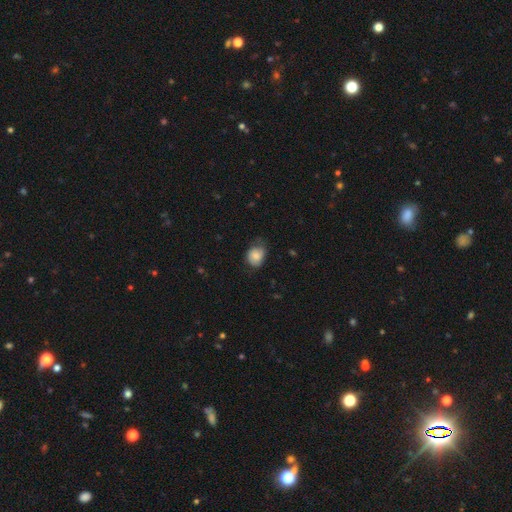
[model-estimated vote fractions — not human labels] This is likely a smooth galaxy (76%). How rounded: possibly round (51%). Merging: possibly none (52%).